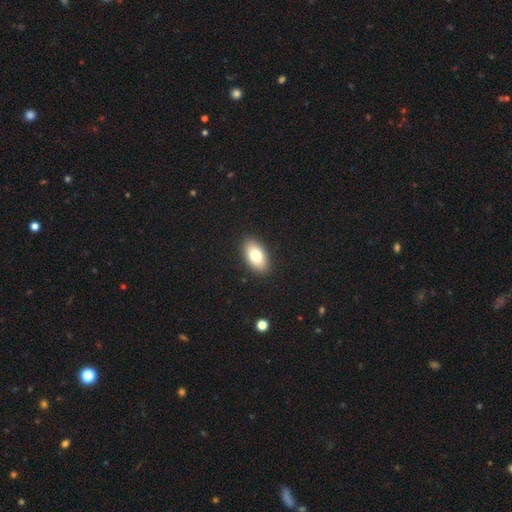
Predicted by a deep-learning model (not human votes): The model was most divided on "smooth or featured": smooth: 79%, featured or disk: 14%, star or artifact: 8%. More confident: how rounded — in between (93%); merging — none (90%).